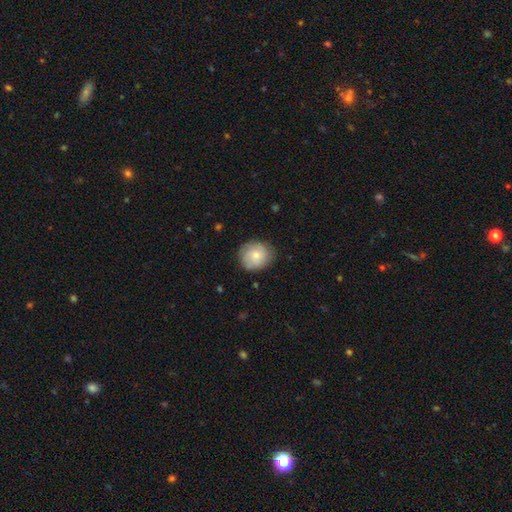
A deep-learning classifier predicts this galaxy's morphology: smooth_or_featured: smooth (p=0.64) [alt: featured or disk p=0.29]
how_rounded: round (p=0.82) [alt: in between p=0.17]
merging: none (p=0.80) [alt: minor disturbance p=0.15]